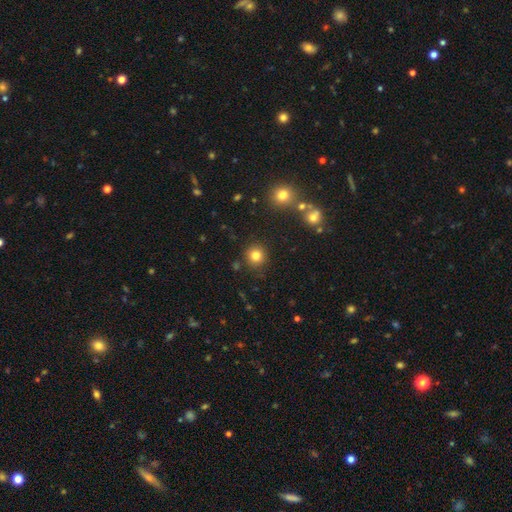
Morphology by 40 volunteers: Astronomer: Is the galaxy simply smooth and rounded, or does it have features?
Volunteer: smooth — 80%.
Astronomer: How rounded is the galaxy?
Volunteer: round — 97%.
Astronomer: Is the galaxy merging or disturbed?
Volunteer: none — 92%.